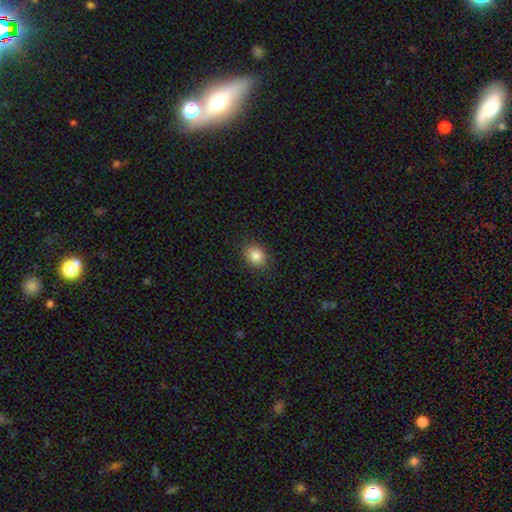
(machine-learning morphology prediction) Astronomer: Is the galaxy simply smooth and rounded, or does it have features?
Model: smooth — 84%.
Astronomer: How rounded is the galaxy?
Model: round — 54% (runner-up: in between, 45%).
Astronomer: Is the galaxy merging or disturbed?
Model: none — 86%.